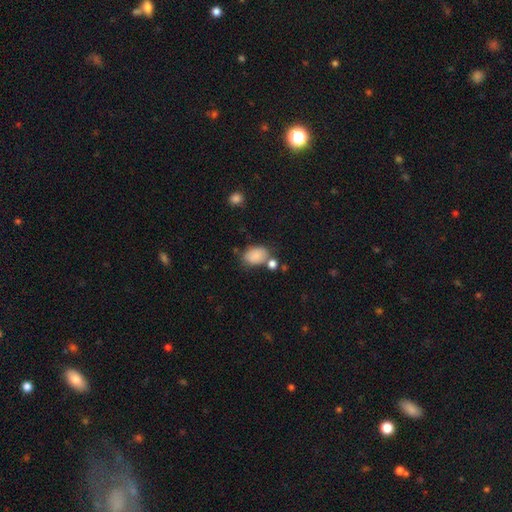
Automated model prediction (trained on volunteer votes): Smooth or featured?
  - smooth: 84% *
  - star or artifact: 9%
  - featured or disk: 8%
How rounded?
  - in between: 81% *
  - round: 18%
  - cigar-shaped: 1%
Merging?
  - none: 61% *
  - minor disturbance: 18%
  - merger: 15%
  - major disturbance: 6%